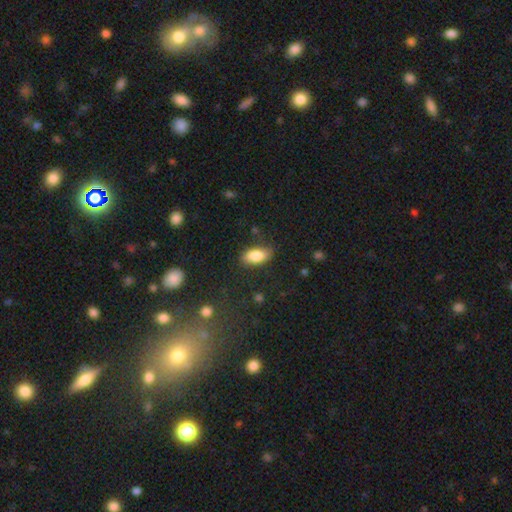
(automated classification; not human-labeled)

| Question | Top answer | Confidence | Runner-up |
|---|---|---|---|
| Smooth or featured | smooth | 84% | featured or disk (9%) |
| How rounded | in between | 89% | cigar-shaped (8%) |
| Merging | none | 80% | minor disturbance (15%) |